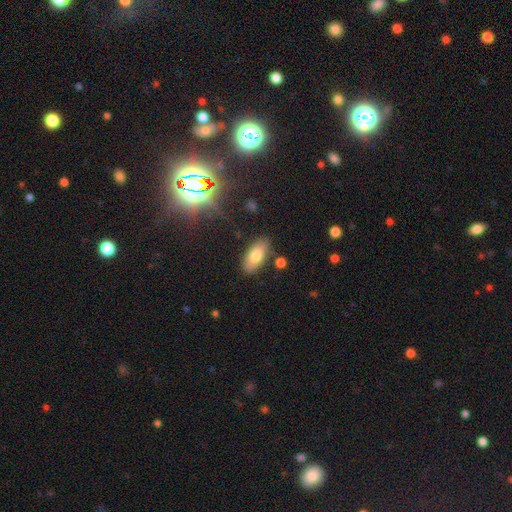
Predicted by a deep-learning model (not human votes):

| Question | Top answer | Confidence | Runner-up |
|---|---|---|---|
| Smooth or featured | smooth | 75% | featured or disk (15%) |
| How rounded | in between | 86% | cigar-shaped (11%) |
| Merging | none | 84% | minor disturbance (10%) |